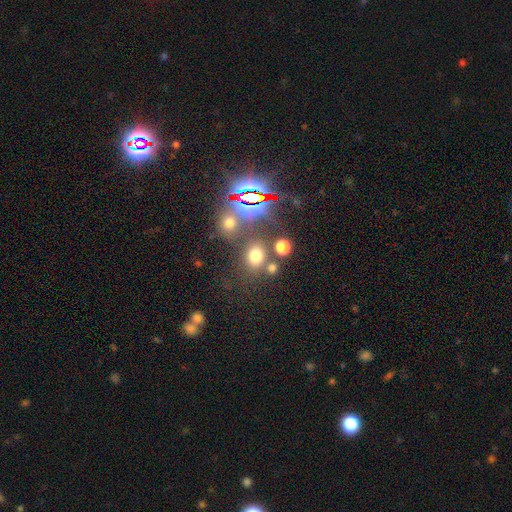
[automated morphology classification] Smooth or featured? smooth (64%)
How rounded? round (61%)
Merging? none (66%)